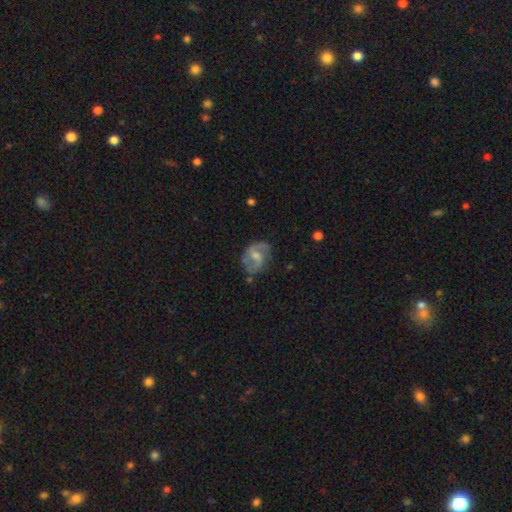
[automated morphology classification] A featured or disk galaxy (77%) with a weak bar (54%), 2 (85%) medium (50%) spiral arms (91%) and a moderate central bulge (47%). Merging: none (70%).